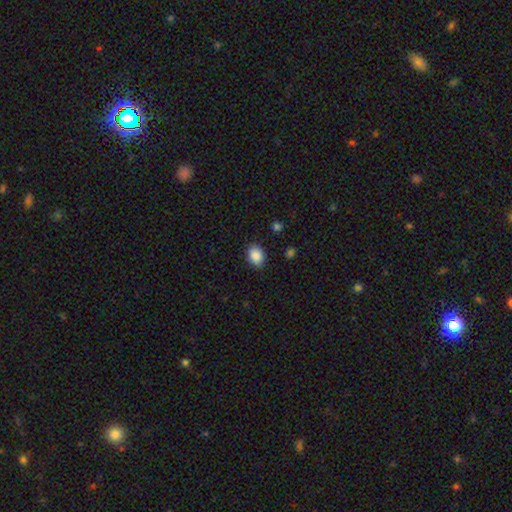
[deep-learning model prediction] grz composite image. It shows a smooth galaxy with no disk features (89%) that is in between round and cigar-shaped (72%). Merging: none (86%).